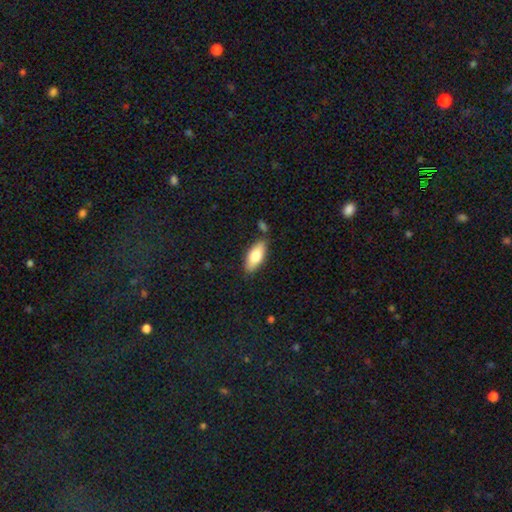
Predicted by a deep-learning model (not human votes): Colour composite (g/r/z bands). It shows a smooth galaxy with no disk features (75%) that is in between round and cigar-shaped (81%). Merging: none (80%).